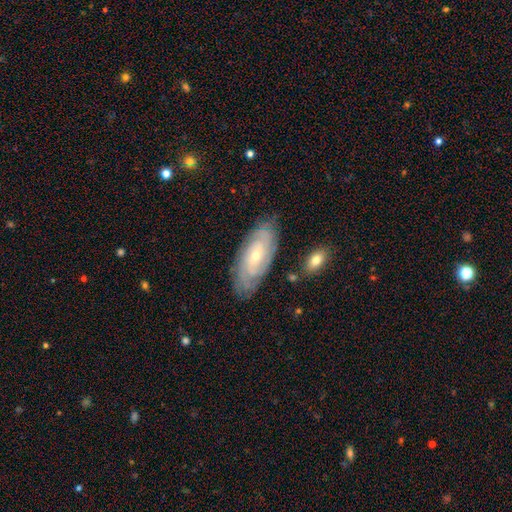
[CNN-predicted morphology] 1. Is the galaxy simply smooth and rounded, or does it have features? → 79% featured or disk, 14% smooth, 6% star or artifact.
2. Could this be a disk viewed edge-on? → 93% no, 7% yes.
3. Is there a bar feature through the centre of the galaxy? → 57% no, 35% weak, 9% strong.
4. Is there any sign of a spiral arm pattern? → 94% yes, 6% no.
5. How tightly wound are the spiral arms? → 74% tight, 21% medium, 5% loose.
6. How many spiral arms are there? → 39% can't tell, 23% 2, 15% 3, 12% 4, 5% more than 4, 4% 1.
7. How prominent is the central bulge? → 66% small, 31% moderate, 1% large, 1% none, 1% dominant.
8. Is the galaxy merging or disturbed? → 81% none, 14% minor disturbance, 3% major disturbance, 2% merger.